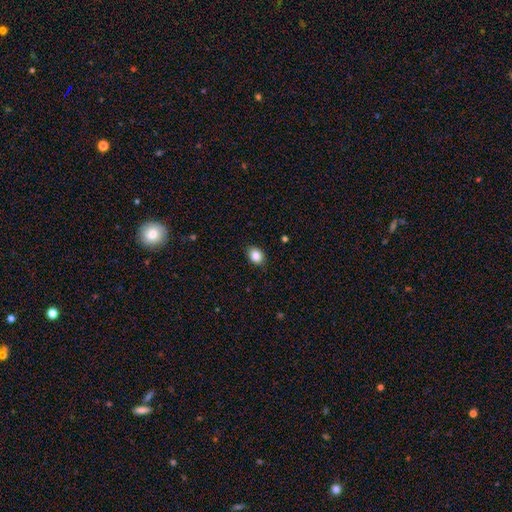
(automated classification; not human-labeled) The model was most divided on "how rounded": in between: 66%, round: 33%, cigar-shaped: 1%. More confident: merging — none (87%); smooth or featured — smooth (86%).